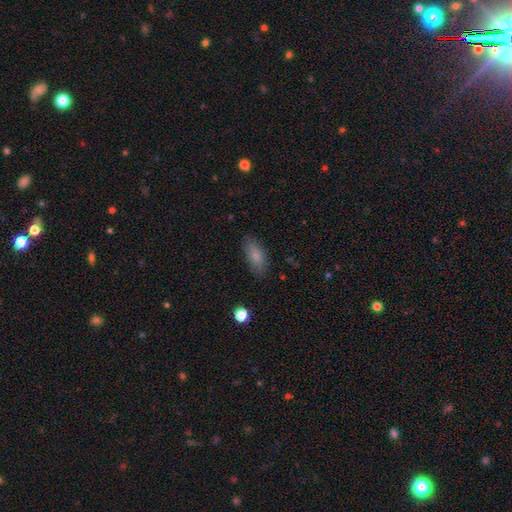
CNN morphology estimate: Smooth or featured? Predicted: smooth (p=0.82). How rounded? Predicted: in between (p=0.83). Merging? Predicted: none (p=0.82).